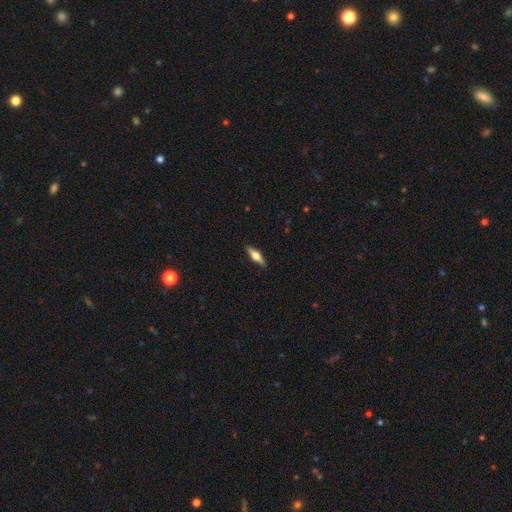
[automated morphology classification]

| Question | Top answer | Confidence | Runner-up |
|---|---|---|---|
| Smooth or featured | smooth | 50% | featured or disk (44%) |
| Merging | none | 89% | minor disturbance (9%) |